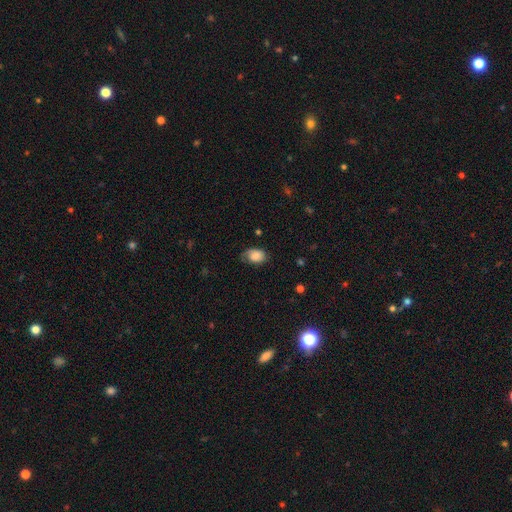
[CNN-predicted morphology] A smooth galaxy with no disk features (71%) that is in between round and cigar-shaped (84%). Merging: none (57%).